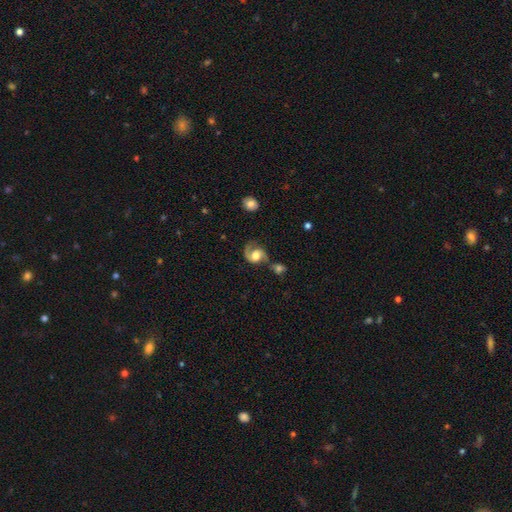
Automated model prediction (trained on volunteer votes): The model was most divided on "spiral winding": medium: 49%, loose: 32%, tight: 20%. Remaining: edge-on disk — no (98%); spiral arms — yes (92%); spiral arm count — 2 (74%); smooth or featured — featured or disk (70%); bar — no (62%); bulge size — moderate (57%); merging — none (44%).